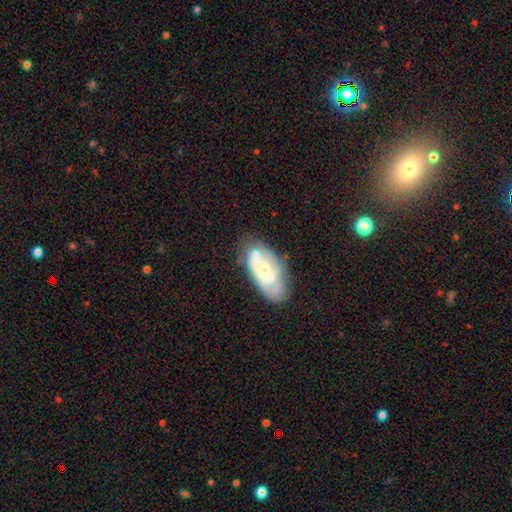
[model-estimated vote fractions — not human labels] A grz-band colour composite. It shows a featured or disk galaxy (62%) with no bar (76%), spiral arms (62%) and a small central bulge (47%). Merging: none (54%).